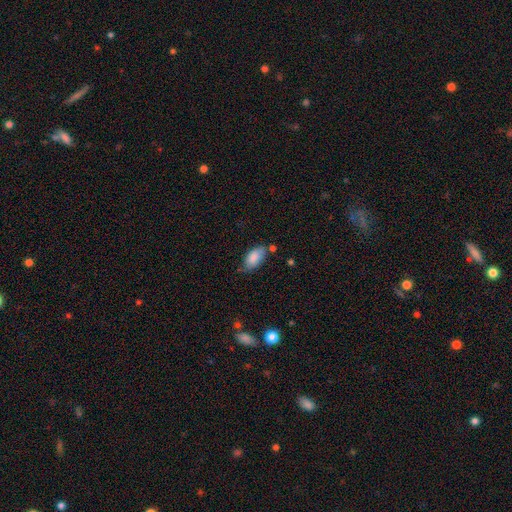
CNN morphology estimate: smooth-or-featured: smooth: 84% | featured or disk: 10% | star or artifact: 7%
  how-rounded: in between: 93% | cigar-shaped: 4% | round: 3%
  merging: none: 63% | minor disturbance: 25% | merger: 6% | major disturbance: 5%